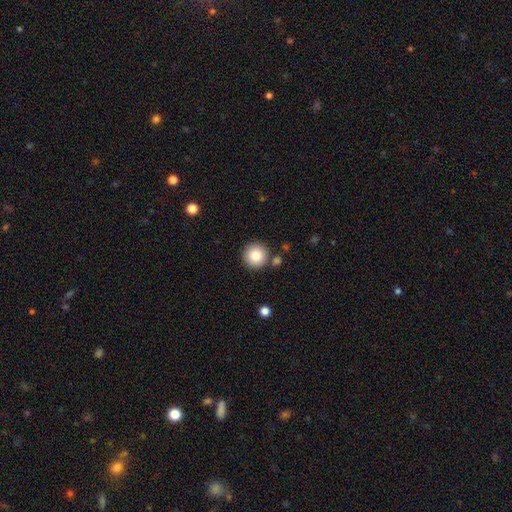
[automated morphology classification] A smooth galaxy with no disk features (85%) that is round (95%).

Vote fractions:
- Smooth or featured? smooth: 85% / star or artifact: 9% / featured or disk: 6%
- How rounded? round: 95% / in between: 4% / cigar-shaped: 1%
- Merging? none: 85% / minor disturbance: 7% / merger: 6% / major disturbance: 2%